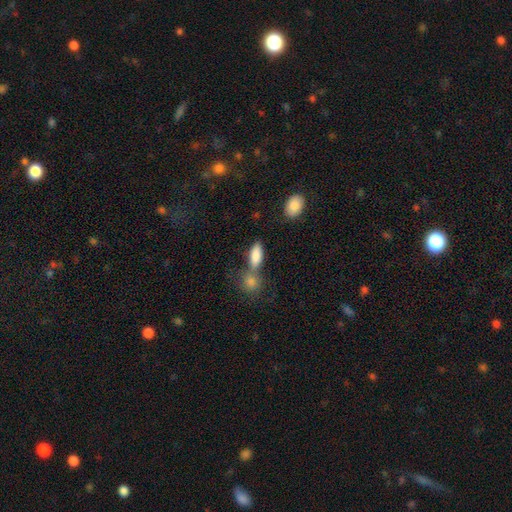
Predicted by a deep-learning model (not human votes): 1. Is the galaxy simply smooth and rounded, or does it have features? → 85% smooth, 8% star or artifact, 7% featured or disk.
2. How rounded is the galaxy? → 79% in between, 16% cigar-shaped, 5% round.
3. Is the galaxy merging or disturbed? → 46% none, 37% merger, 12% minor disturbance, 5% major disturbance.